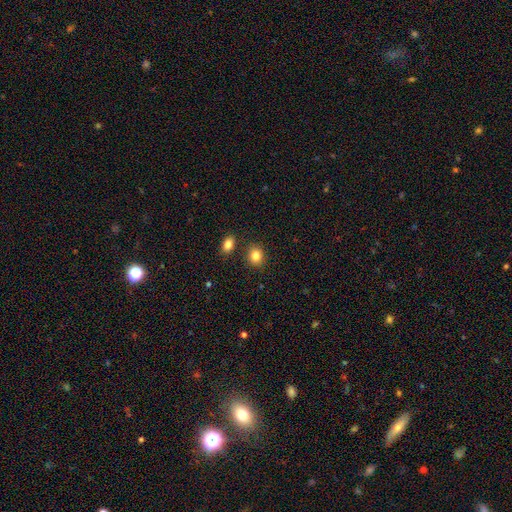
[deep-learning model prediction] The model was most divided on "how rounded": round: 62%, in between: 37%, cigar-shaped: 1%. More confident: smooth or featured — smooth (85%); merging — none (83%).